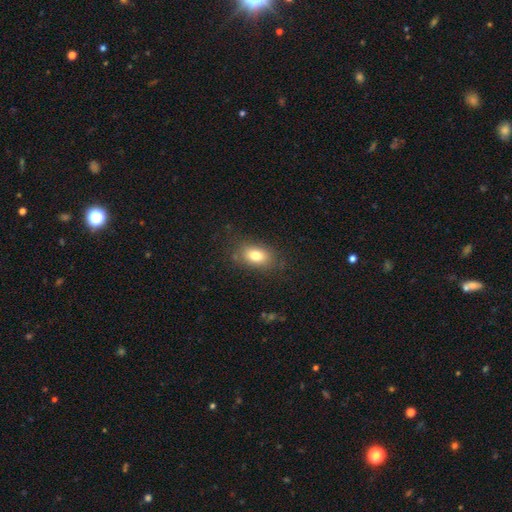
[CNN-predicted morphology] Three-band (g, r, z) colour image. It shows a smooth galaxy with no disk features (79%) that is in between round and cigar-shaped (83%). Merging: none (80%).